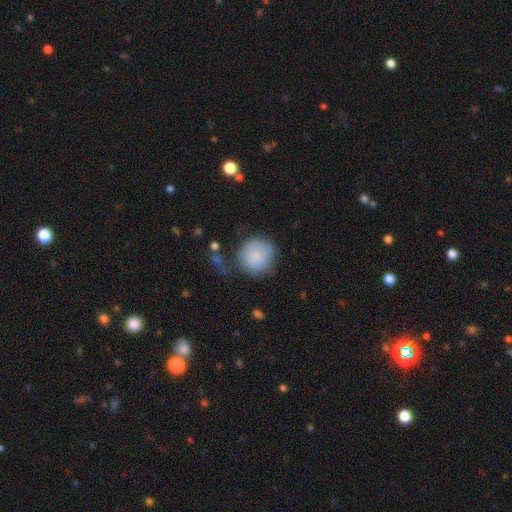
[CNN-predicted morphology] Smooth or featured?
  - smooth: 84% *
  - featured or disk: 9%
  - star or artifact: 7%
How rounded?
  - round: 92% *
  - in between: 7%
  - cigar-shaped: 1%
Merging?
  - none: 69% *
  - minor disturbance: 21%
  - major disturbance: 7%
  - merger: 3%